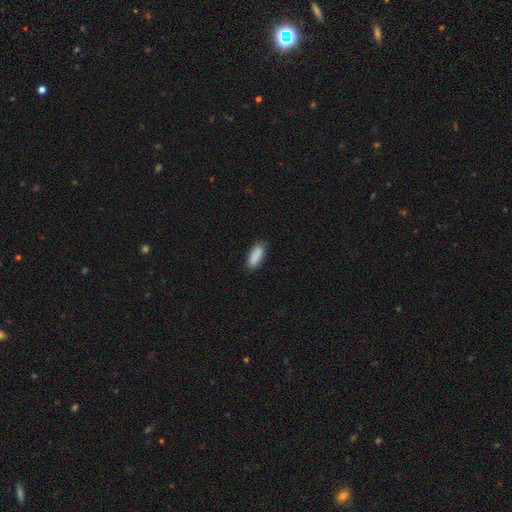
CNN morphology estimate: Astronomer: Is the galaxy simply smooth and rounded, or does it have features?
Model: smooth — 89%.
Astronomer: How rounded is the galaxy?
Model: in between — 71%.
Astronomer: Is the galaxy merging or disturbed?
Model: none — 82%.